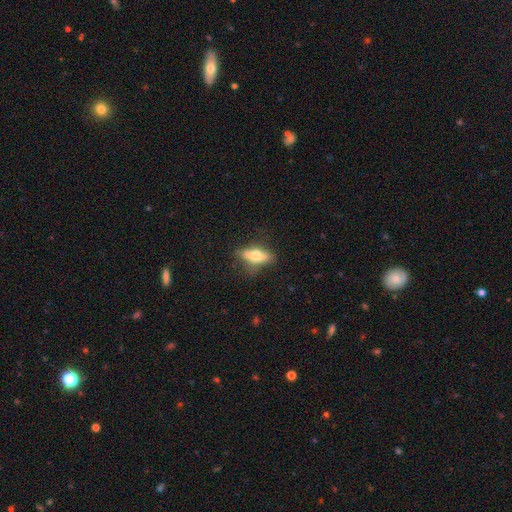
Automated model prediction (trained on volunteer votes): Overall: smooth (59%; featured or disk 33%). How rounded: in between (58%; cigar-shaped 38%). Merging: none (65%).